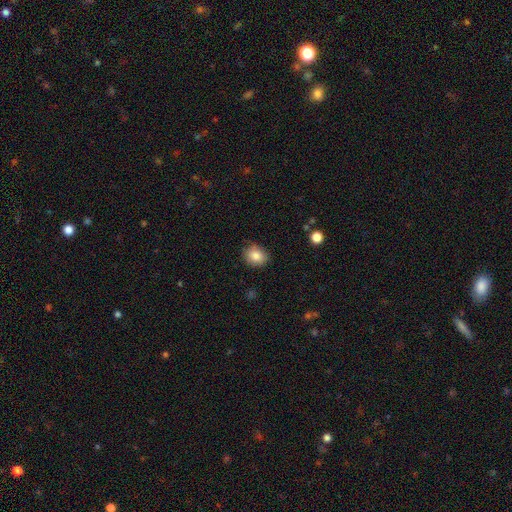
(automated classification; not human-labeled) Smooth or featured?
  - smooth: 85% *
  - star or artifact: 9%
  - featured or disk: 7%
How rounded?
  - round: 57% *
  - in between: 42%
  - cigar-shaped: 1%
Merging?
  - none: 81% *
  - minor disturbance: 15%
  - major disturbance: 3%
  - merger: 1%